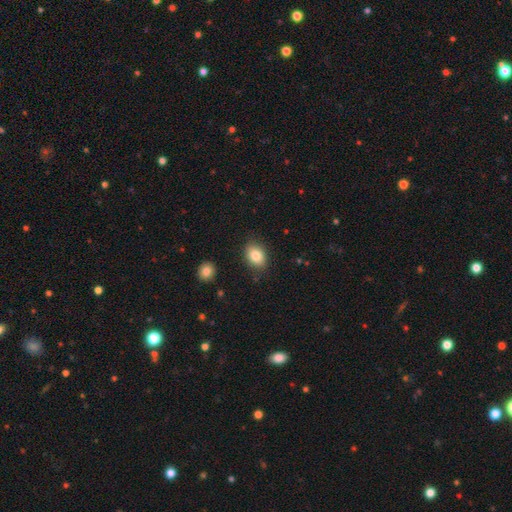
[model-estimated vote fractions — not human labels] Overall: smooth (83%). How rounded: in between (76%). Merging: none (85%).